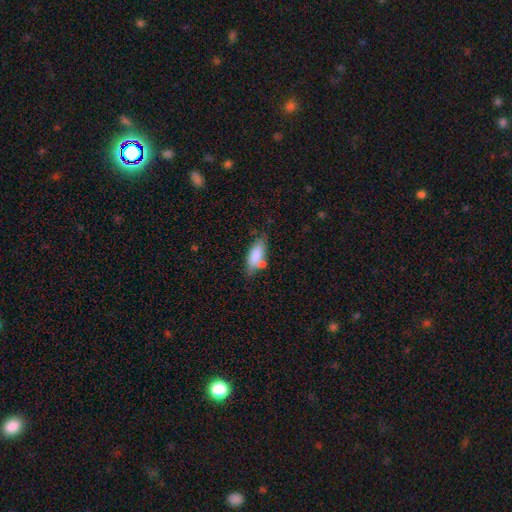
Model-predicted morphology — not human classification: A smooth galaxy with no disk features (80%) that is in between round and cigar-shaped (77%). Merging: none (51%).